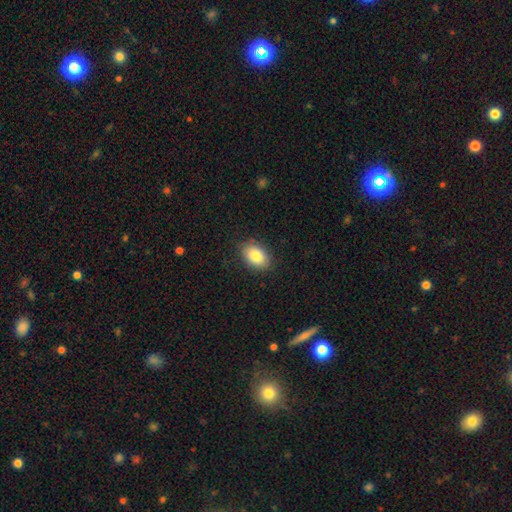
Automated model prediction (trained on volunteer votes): smooth-or-featured: smooth: 84% | featured or disk: 9% | star or artifact: 8%
  how-rounded: in between: 85% | round: 14% | cigar-shaped: 1%
  merging: none: 86% | minor disturbance: 10% | major disturbance: 2% | merger: 1%